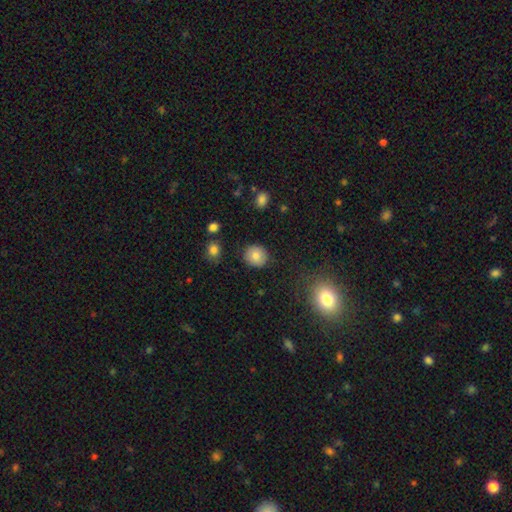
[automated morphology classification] Overall: smooth (81%). How rounded: round (86%). Merging: none (88%).